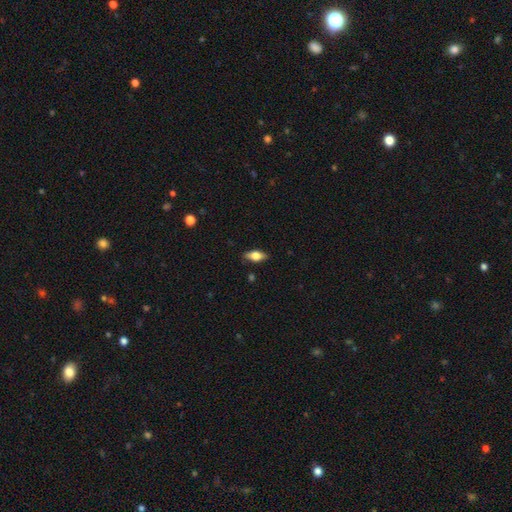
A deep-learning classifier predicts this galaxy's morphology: smooth-or-featured: smooth: 64% | featured or disk: 29% | star or artifact: 7%
  how-rounded: in between: 83% | cigar-shaped: 13% | round: 4%
  merging: none: 83% | minor disturbance: 13% | major disturbance: 3% | merger: 1%